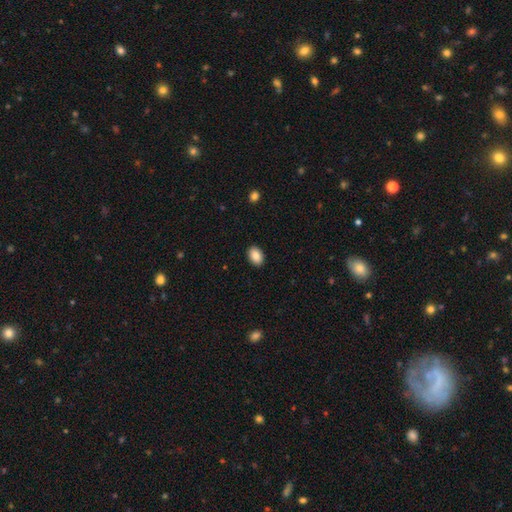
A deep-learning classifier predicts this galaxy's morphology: Smooth or featured: smooth — 87% (star or artifact — 8%)
How rounded: in between — 81% (round — 18%)
Merging: none — 91% (minor disturbance — 7%)